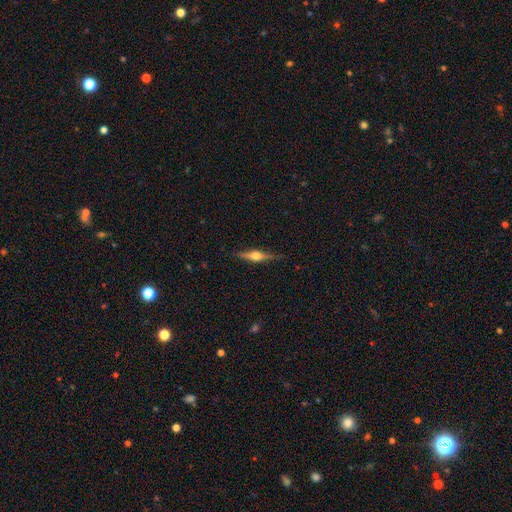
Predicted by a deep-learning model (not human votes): This appears to be a featured or disk galaxy (74%) viewed edge-on (97%) with a rounded central bulge (93%). Merging: none (86%).